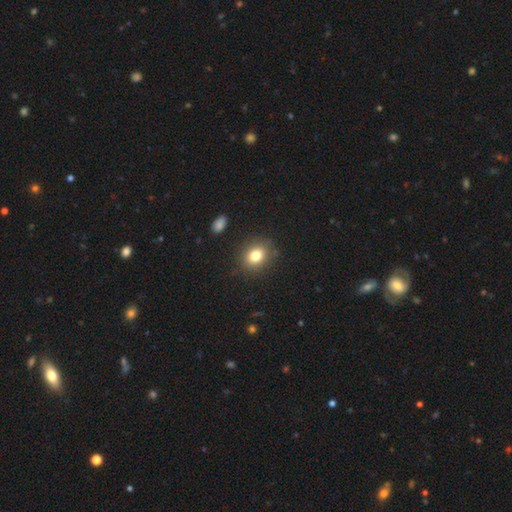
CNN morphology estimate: smooth 80%, star or artifact 11%, featured or disk 9%. Down the decision tree: how rounded — round (54%); merging — none (86%).